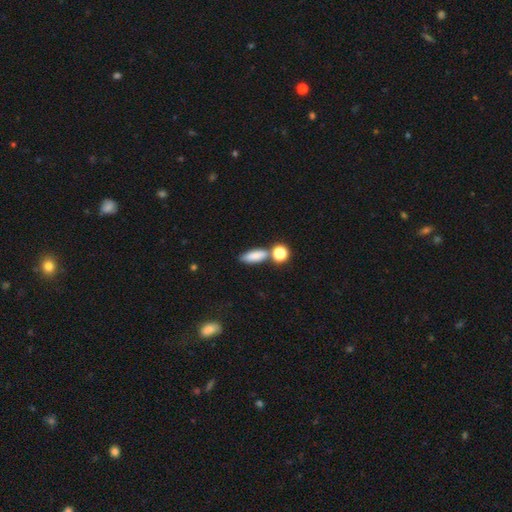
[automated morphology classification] This appears to be a smooth galaxy with no disk features (82%) that is in between round and cigar-shaped (64%). Merging: none (63%).